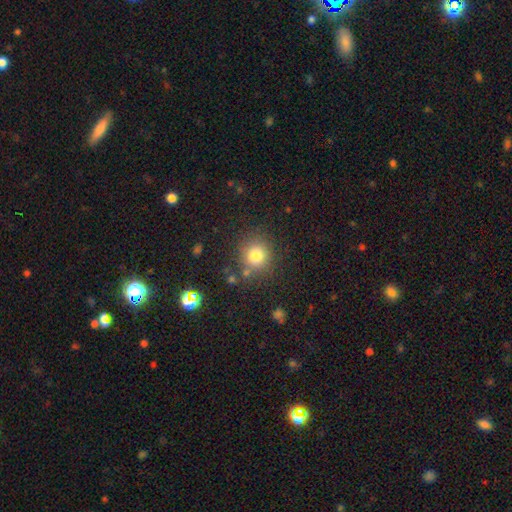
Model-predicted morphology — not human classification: smooth 78%, star or artifact 14%, featured or disk 8%. Down the decision tree: how rounded — round (90%); merging — none (80%).